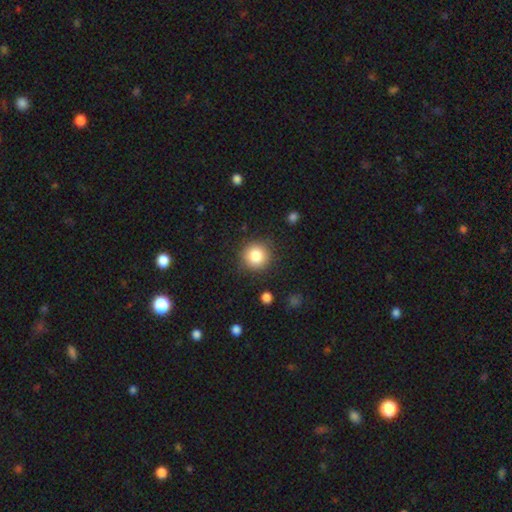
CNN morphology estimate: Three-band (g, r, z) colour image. It shows a smooth galaxy with no disk features (84%) that is round (94%). Merging: none (88%).